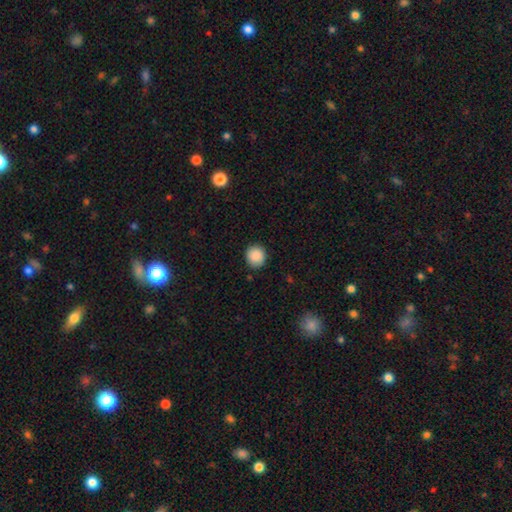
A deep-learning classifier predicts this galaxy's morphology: Q: Smooth or featured?
A: smooth (89%); runner-up: star or artifact (8%)
Q: How rounded?
A: round (88%); runner-up: in between (11%)
Q: Merging?
A: none (88%); runner-up: minor disturbance (9%)